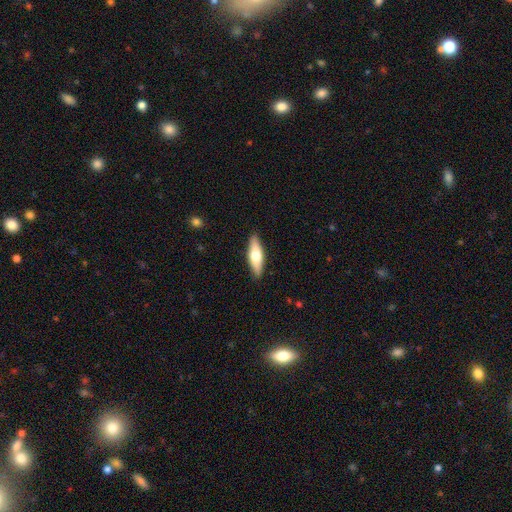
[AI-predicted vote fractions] This appears to be a smooth galaxy with no disk features (58%) that is in between round and cigar-shaped (53%). Merging: none (88%).